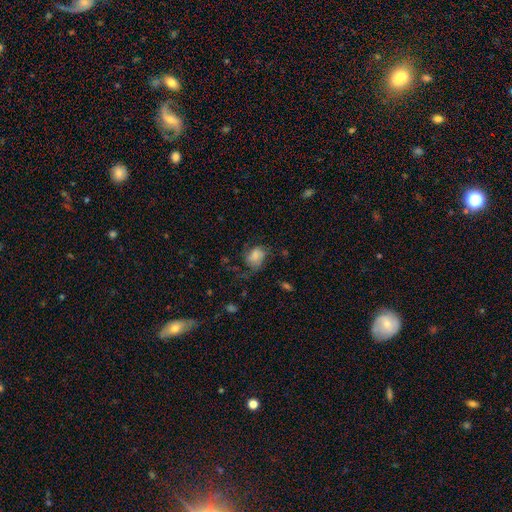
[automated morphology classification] Smooth or featured?
  - smooth: 64% *
  - featured or disk: 25%
  - star or artifact: 11%
How rounded?
  - in between: 59% *
  - round: 40%
  - cigar-shaped: 1%
Merging?
  - none: 41% *
  - major disturbance: 30%
  - minor disturbance: 26%
  - merger: 3%